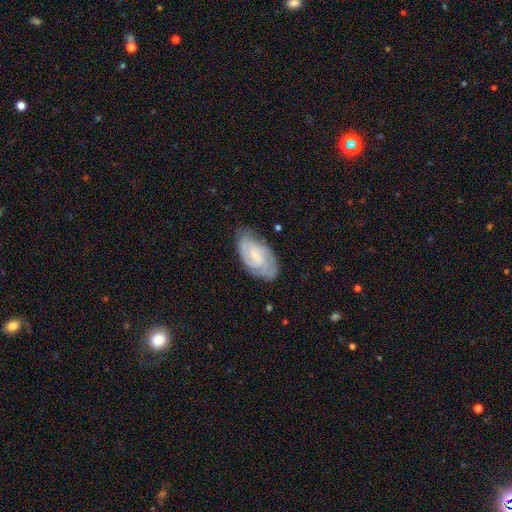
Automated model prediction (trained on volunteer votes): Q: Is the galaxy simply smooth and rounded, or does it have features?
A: featured or disk — 75%.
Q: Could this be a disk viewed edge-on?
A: no — 96%.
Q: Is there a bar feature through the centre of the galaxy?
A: weak — 50%.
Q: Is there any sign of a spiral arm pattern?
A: yes — 94%.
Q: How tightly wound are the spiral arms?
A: tight — 57%.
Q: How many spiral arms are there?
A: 2 — 55%.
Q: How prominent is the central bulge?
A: small — 51%.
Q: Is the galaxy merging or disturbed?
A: none — 74%.